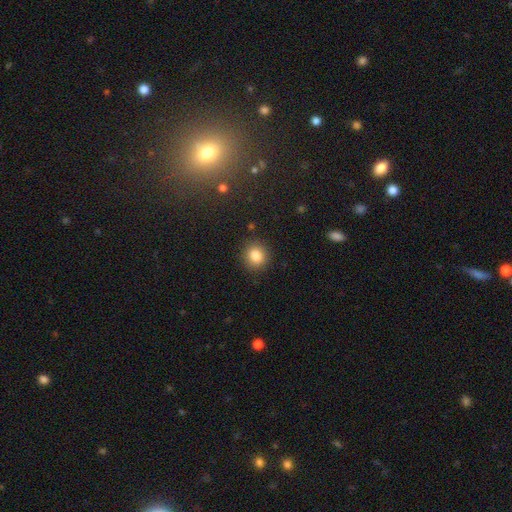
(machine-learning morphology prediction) smooth-or-featured: smooth: 83% | star or artifact: 11% | featured or disk: 6%
  how-rounded: round: 83% | in between: 16% | cigar-shaped: 1%
  merging: none: 88% | minor disturbance: 8% | major disturbance: 3% | merger: 2%